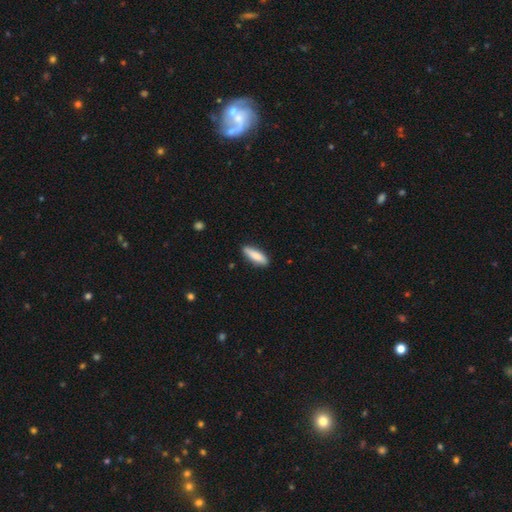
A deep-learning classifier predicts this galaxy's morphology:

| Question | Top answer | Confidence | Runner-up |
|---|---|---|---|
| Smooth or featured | smooth | 82% | featured or disk (12%) |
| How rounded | cigar-shaped | 59% | in between (39%) |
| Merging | none | 84% | minor disturbance (13%) |